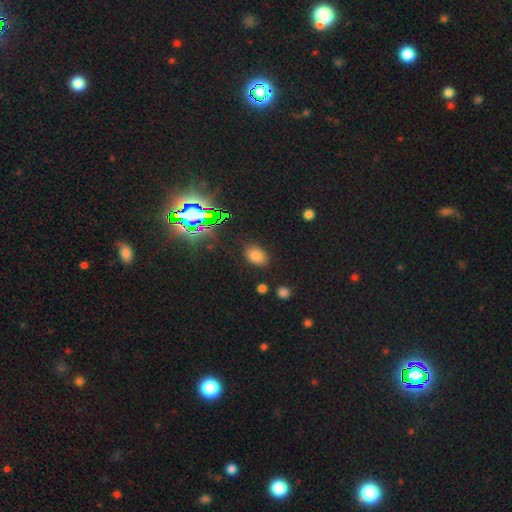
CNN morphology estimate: Smooth or featured? Predicted: smooth (p=0.73). How rounded? Predicted: in between (p=0.82). Merging? Predicted: none (p=0.82).